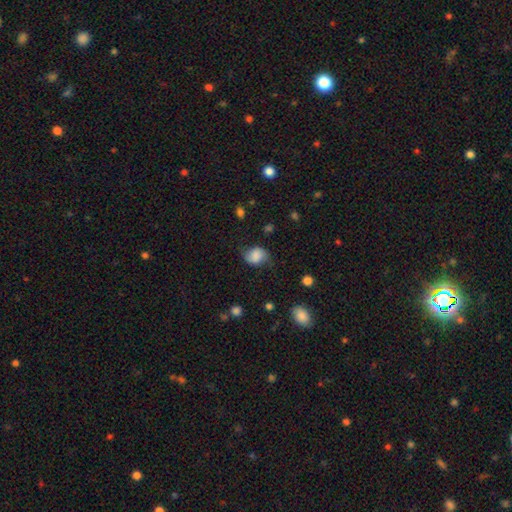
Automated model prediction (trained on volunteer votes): Q: Smooth or featured?
A: smooth (67%); runner-up: featured or disk (23%)
Q: How rounded?
A: in between (51%); runner-up: round (48%)
Q: Merging?
A: none (60%); runner-up: minor disturbance (27%)